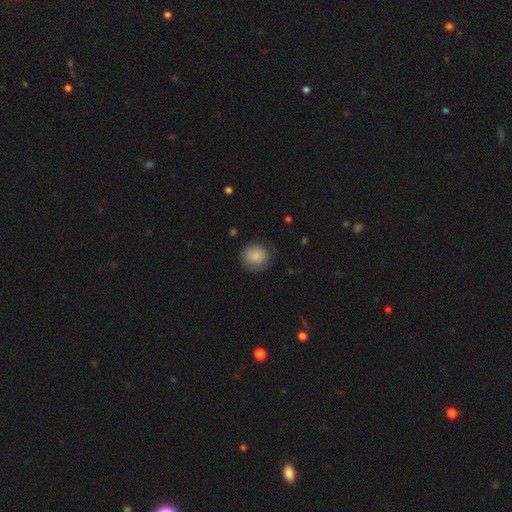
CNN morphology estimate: smooth 86%, star or artifact 7%, featured or disk 6%. Down the decision tree: how rounded — round (79%); merging — none (78%).